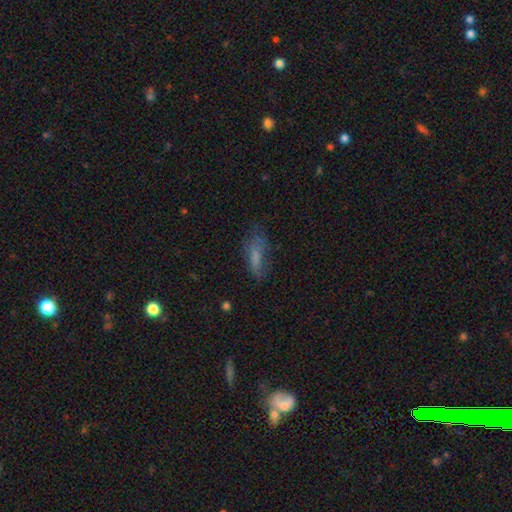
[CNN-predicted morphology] smooth 64%, featured or disk 23%, star or artifact 13%. Down the decision tree: how rounded — in between (60%); merging — none (52%).